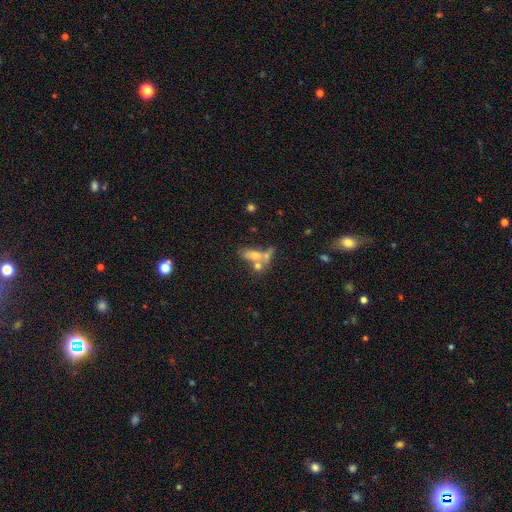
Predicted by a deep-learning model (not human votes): Smooth or featured? Predicted: smooth (p=0.50). How rounded? Predicted: in between (p=0.66). Merging? Predicted: merger (p=0.48).